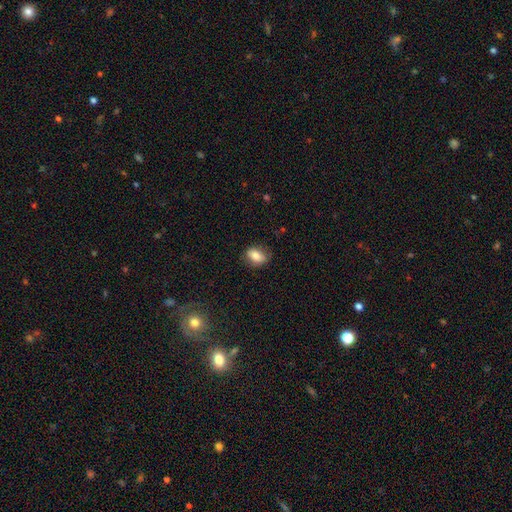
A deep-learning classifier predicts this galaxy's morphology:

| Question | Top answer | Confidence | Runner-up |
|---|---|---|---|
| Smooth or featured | smooth | 78% | featured or disk (14%) |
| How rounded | in between | 78% | round (20%) |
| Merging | none | 76% | minor disturbance (18%) |